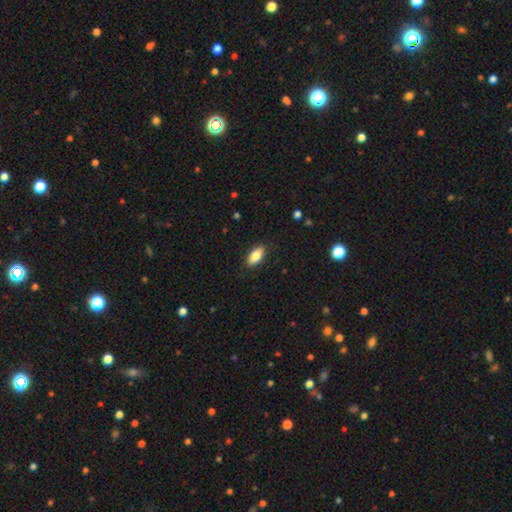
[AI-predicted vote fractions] smooth 83%, featured or disk 10%, star or artifact 7%. Down the decision tree: how rounded — in between (87%); merging — none (87%).